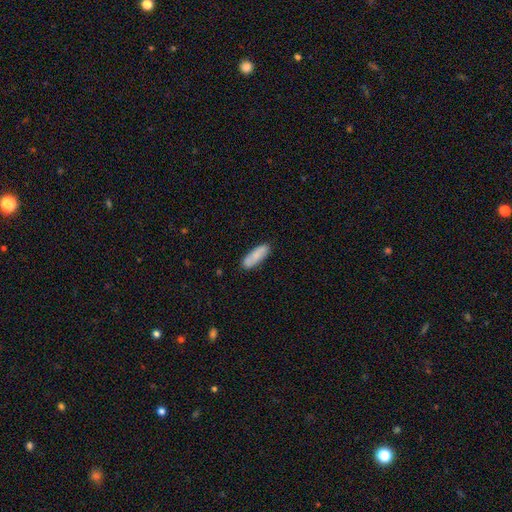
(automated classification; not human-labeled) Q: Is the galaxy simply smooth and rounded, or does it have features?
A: smooth — 79%.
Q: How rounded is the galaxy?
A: in between — 60%.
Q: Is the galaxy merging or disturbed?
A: none — 83%.